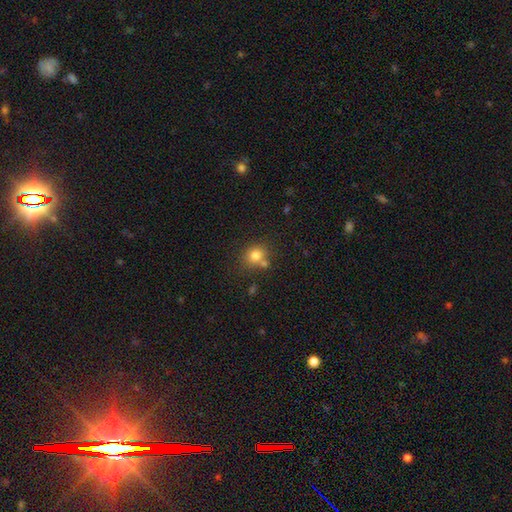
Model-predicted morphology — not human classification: This is likely a smooth galaxy (79%). How rounded: likely round (75%). Merging: likely none (61%).